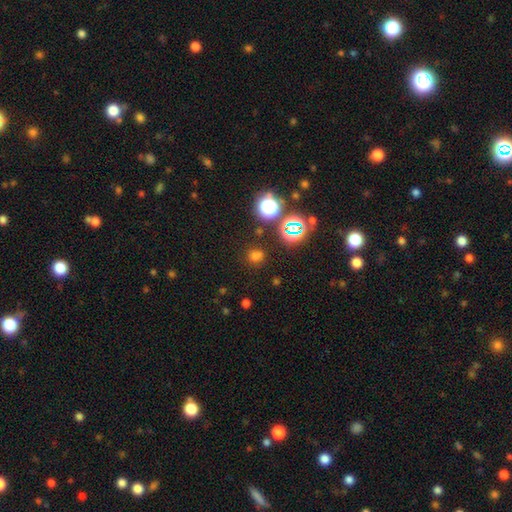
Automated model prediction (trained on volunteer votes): Smooth or featured?
  - smooth: 62% *
  - star or artifact: 32%
  - featured or disk: 6%
How rounded?
  - round: 84% *
  - in between: 15%
  - cigar-shaped: 1%
Merging?
  - none: 80% *
  - minor disturbance: 10%
  - merger: 6%
  - major disturbance: 4%